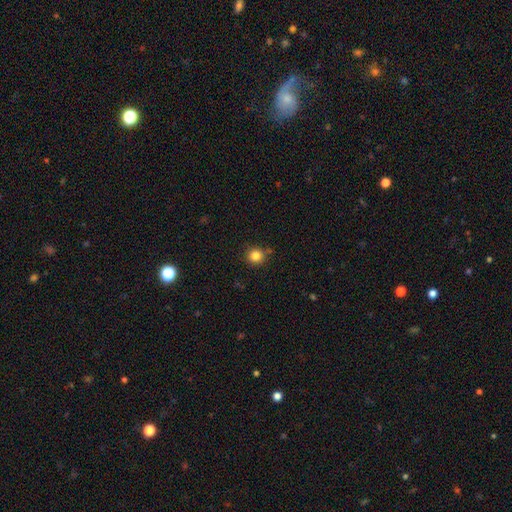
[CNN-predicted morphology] Smooth or featured? smooth (84%)
How rounded? round (92%)
Merging? none (84%)